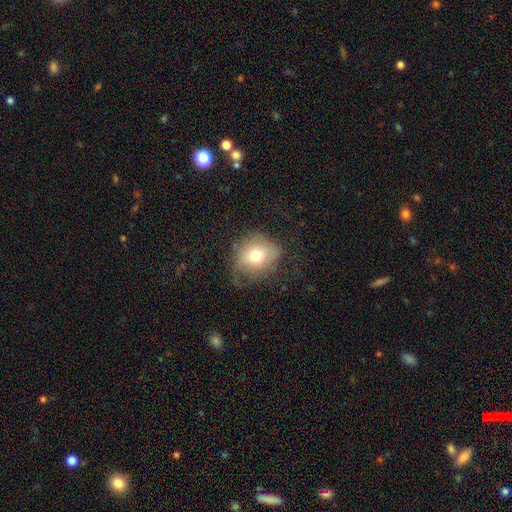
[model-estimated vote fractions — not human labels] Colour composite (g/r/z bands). It shows a smooth galaxy with no disk features (69%) that is round (62%). Merging: none (58%).